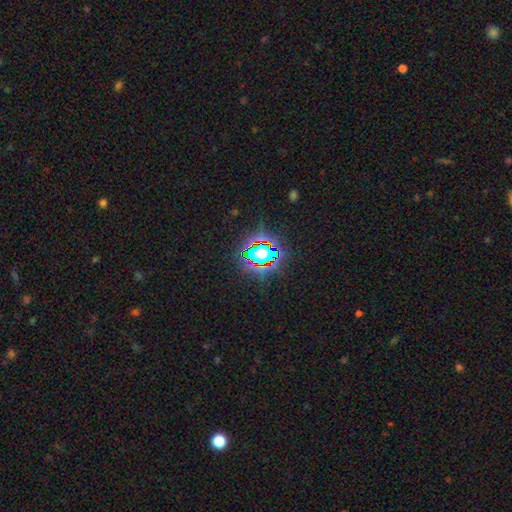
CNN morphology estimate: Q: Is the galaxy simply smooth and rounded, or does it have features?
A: star or artifact — 67%.